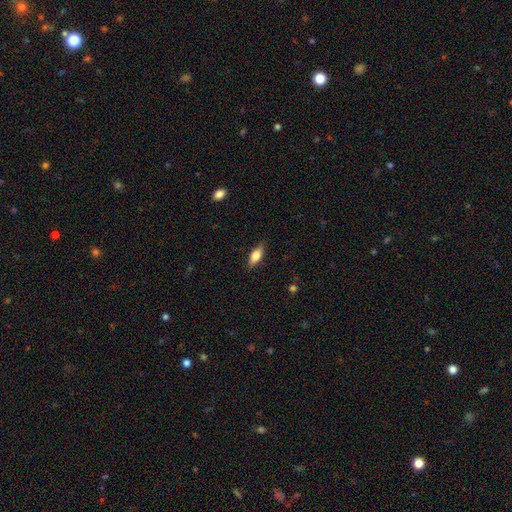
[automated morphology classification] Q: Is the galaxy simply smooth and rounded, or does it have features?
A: smooth — 74%.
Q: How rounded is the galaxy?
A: in between — 77%.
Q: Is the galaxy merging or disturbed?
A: none — 83%.